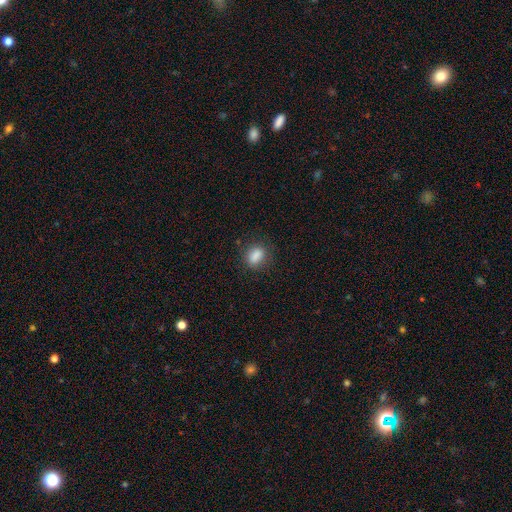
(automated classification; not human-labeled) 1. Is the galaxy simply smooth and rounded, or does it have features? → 84% smooth, 9% star or artifact, 6% featured or disk.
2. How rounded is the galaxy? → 70% in between, 26% round, 4% cigar-shaped.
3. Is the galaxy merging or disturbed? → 78% none, 15% minor disturbance, 5% major disturbance, 2% merger.